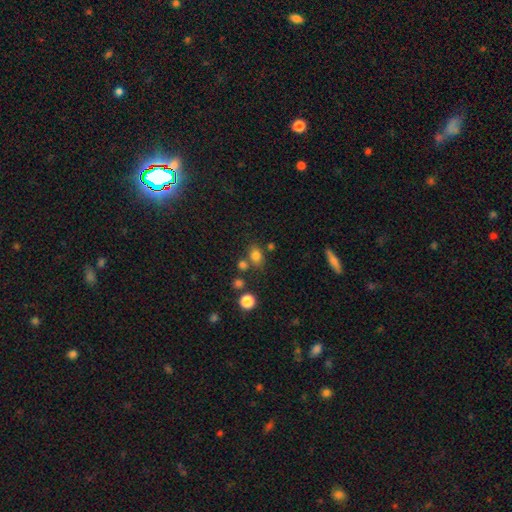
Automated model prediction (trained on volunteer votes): Smooth or featured?
  - smooth: 78% *
  - star or artifact: 15%
  - featured or disk: 7%
How rounded?
  - in between: 59% *
  - round: 39%
  - cigar-shaped: 2%
Merging?
  - none: 65% *
  - merger: 16%
  - minor disturbance: 14%
  - major disturbance: 5%